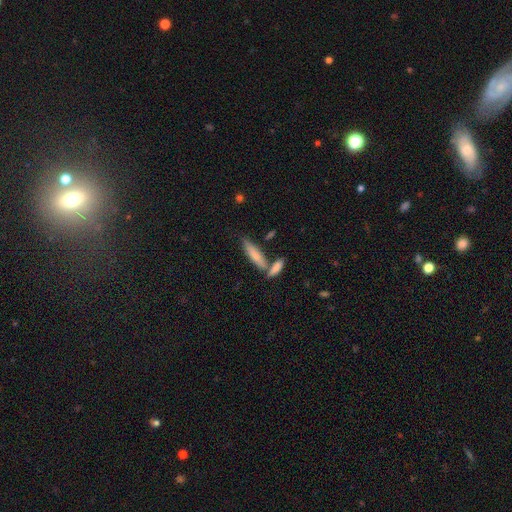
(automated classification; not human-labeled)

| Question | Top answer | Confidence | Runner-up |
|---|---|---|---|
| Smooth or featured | smooth | 71% | featured or disk (23%) |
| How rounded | cigar-shaped | 72% | in between (26%) |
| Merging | none | 59% | merger (25%) |